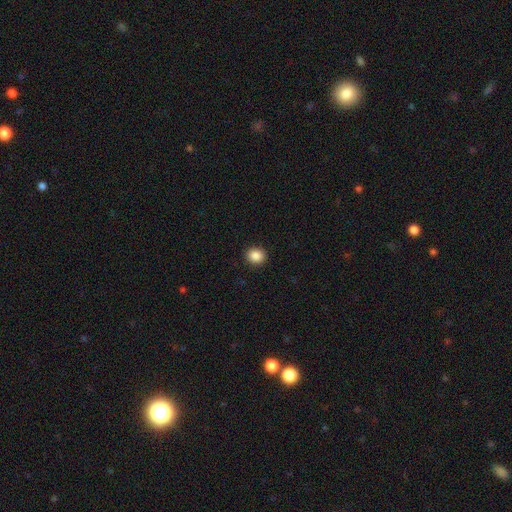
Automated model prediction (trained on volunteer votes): smooth-or-featured: smooth: 87% | star or artifact: 9% | featured or disk: 3%
  how-rounded: round: 77% | in between: 22% | cigar-shaped: 1%
  merging: none: 92% | minor disturbance: 5% | major disturbance: 2% | merger: 1%